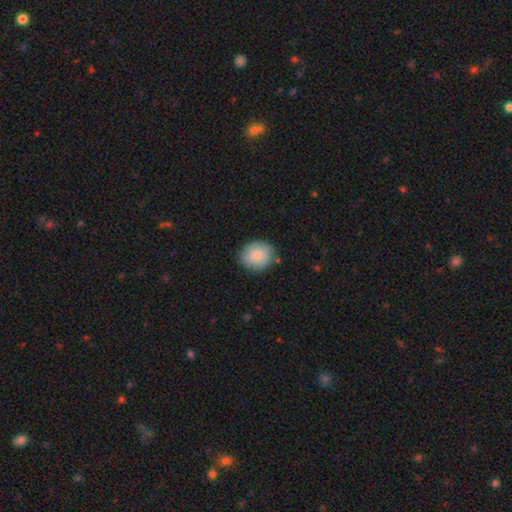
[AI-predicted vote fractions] Smooth or featured? Predicted: smooth (p=0.86). How rounded? Predicted: round (p=0.73). Merging? Predicted: none (p=0.82).